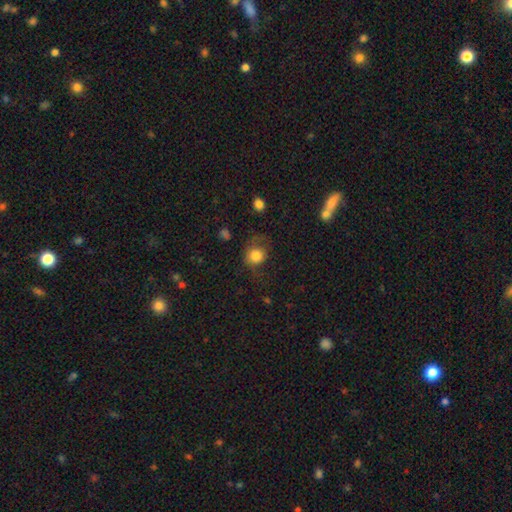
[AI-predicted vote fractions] smooth_or_featured: smooth (p=0.79) [alt: featured or disk p=0.11]
how_rounded: round (p=0.75) [alt: in between p=0.24]
merging: none (p=0.52) [alt: minor disturbance p=0.24]